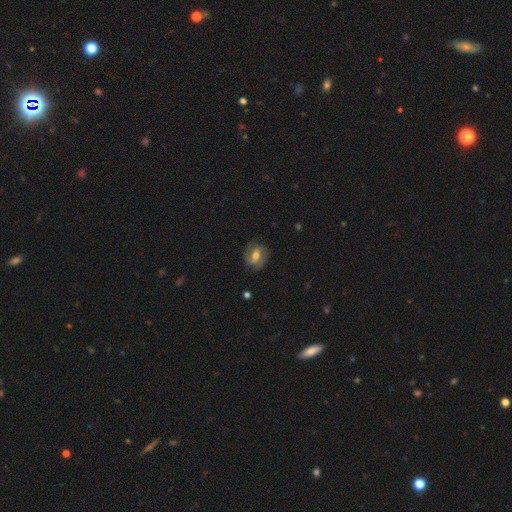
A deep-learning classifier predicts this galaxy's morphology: smooth_or_featured: featured or disk (p=0.62) [alt: smooth p=0.30]
disk_edge_on: no (p=0.96) [alt: yes p=0.04]
bar: weak (p=0.45) [alt: no p=0.30]
has_spiral_arms: yes (p=0.83) [alt: no p=0.17]
bulge_size: moderate (p=0.68) [alt: small p=0.21]
merging: none (p=0.76) [alt: minor disturbance p=0.16]